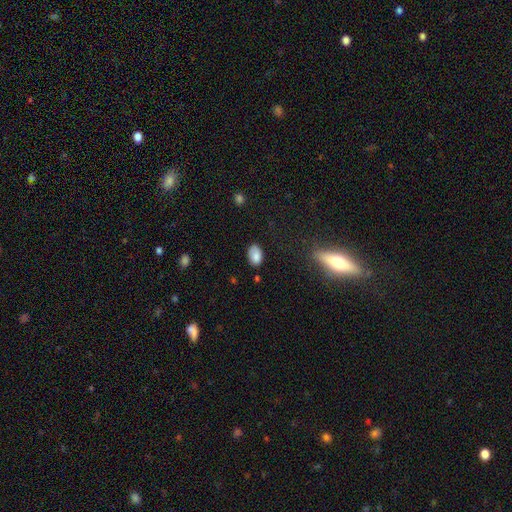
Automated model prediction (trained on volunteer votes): Overall: smooth (82%). How rounded: in between (88%). Merging: none (70%).